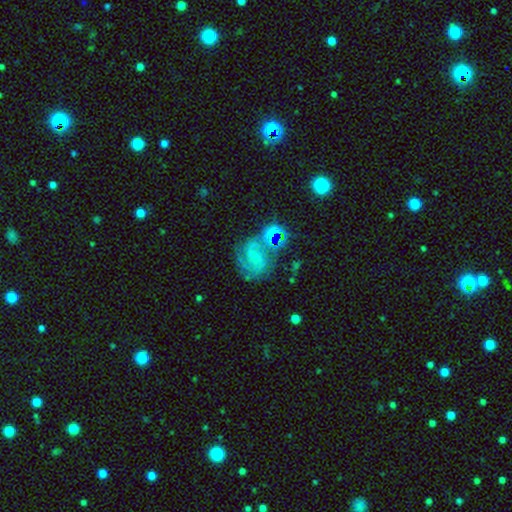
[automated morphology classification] The model was most divided on "bulge size": small: 42%, none: 41%, moderate: 13%, large: 3%, dominant: 2%. Remaining: edge-on disk — no (98%); spiral arms — yes (89%); smooth or featured — featured or disk (63%); spiral arm count — 2 (58%); merging — none (53%); bar — no (52%); spiral winding — medium (49%).